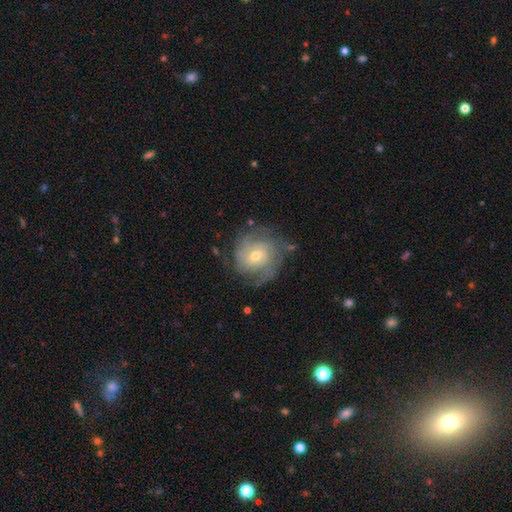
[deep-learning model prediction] Overall: featured or disk (81%). Edge-on disk: no (98%). Bar: no (60%; weak 34%). Spiral arms: yes (93%). Spiral arm count: can't tell (36%; 2 26%). Spiral winding: tight (64%; medium 28%). Bulge size: moderate (53%; small 43%). Merging: none (71%).